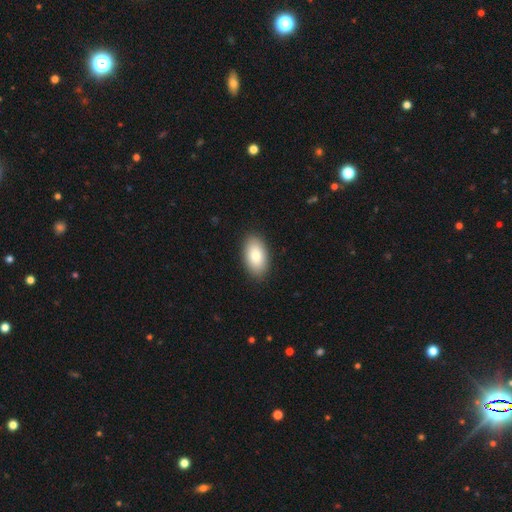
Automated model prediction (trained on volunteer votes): Smooth or featured? Predicted: smooth (p=0.83). How rounded? Predicted: in between (p=0.94). Merging? Predicted: none (p=0.89).